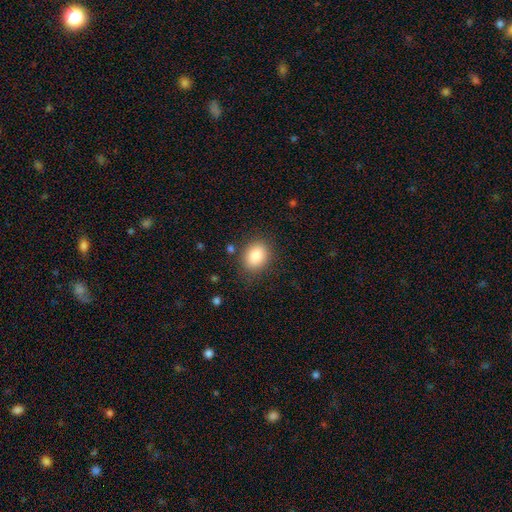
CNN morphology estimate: This is clearly a smooth galaxy (86%). How rounded: likely in between (64%). Merging: clearly none (82%).